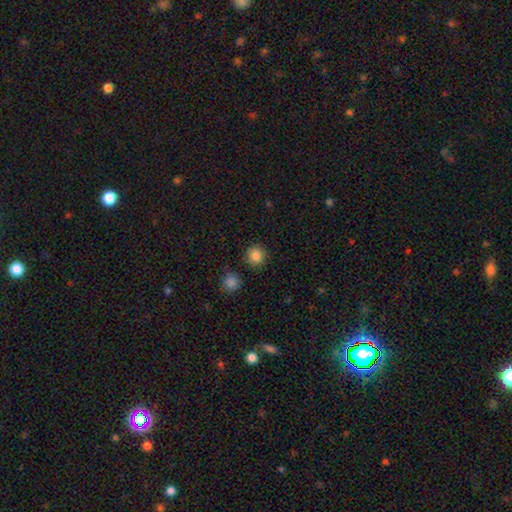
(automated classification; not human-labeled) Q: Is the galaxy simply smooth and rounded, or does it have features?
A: smooth — 85%.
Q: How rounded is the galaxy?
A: round — 90%.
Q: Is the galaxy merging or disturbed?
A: none — 86%.